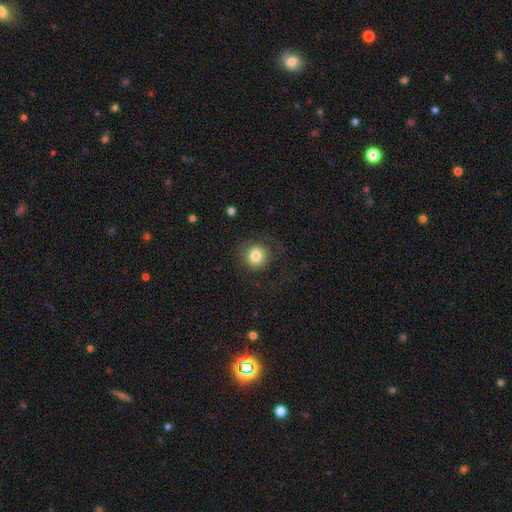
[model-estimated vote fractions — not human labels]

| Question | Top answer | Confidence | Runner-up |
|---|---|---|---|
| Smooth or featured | smooth | 81% | star or artifact (10%) |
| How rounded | round | 89% | in between (10%) |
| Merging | none | 74% | minor disturbance (13%) |